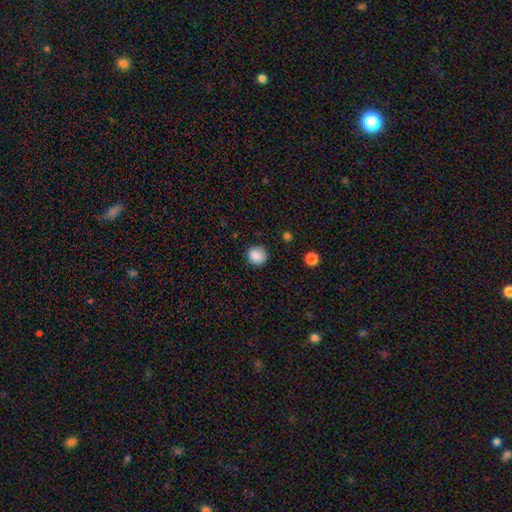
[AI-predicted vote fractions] Morphology: type=smooth (87%); roundness=round (87%); merging=none (86%).